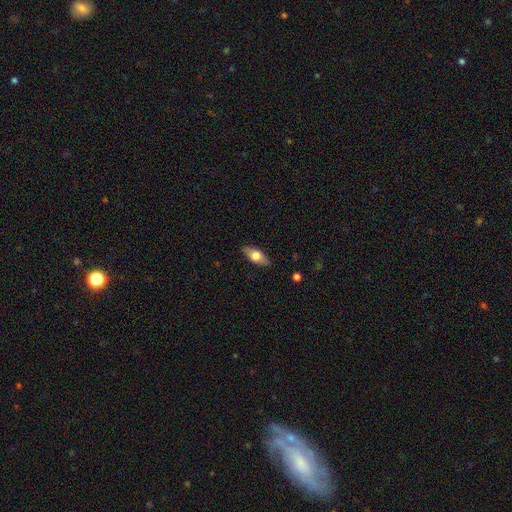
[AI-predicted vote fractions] Smooth or featured? smooth (60%)
How rounded? in between (78%)
Merging? none (86%)